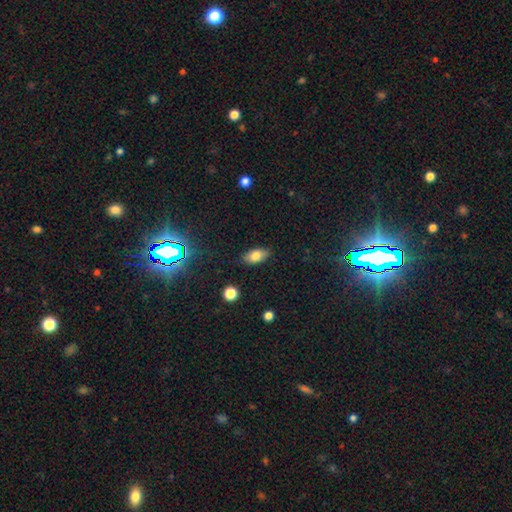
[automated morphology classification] smooth_or_featured: smooth (p=0.78) [alt: featured or disk p=0.12]
how_rounded: in between (p=0.89) [alt: round p=0.06]
merging: none (p=0.84) [alt: minor disturbance p=0.12]